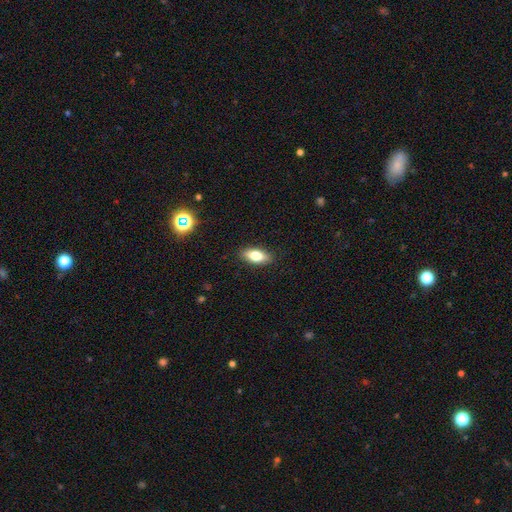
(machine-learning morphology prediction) smooth-or-featured: smooth: 76% | featured or disk: 16% | star or artifact: 8%
  how-rounded: in between: 83% | cigar-shaped: 13% | round: 4%
  merging: none: 88% | minor disturbance: 9% | major disturbance: 2% | merger: 1%